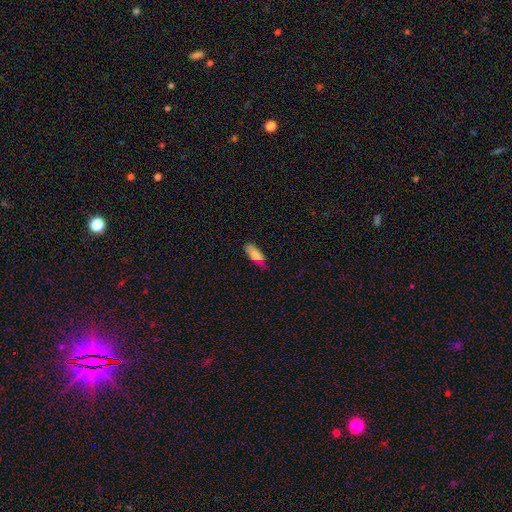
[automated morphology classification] smooth 83%, featured or disk 9%, star or artifact 7%. Down the decision tree: how rounded — in between (69%); merging — none (66%).